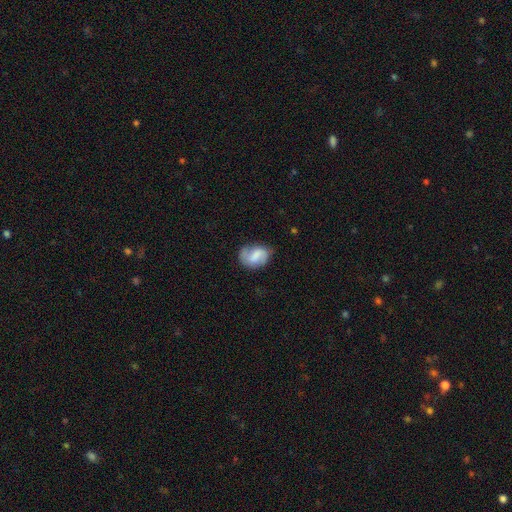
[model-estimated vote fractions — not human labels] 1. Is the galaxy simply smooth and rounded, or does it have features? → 47% smooth, 45% featured or disk, 8% star or artifact.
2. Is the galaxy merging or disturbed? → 58% none, 28% minor disturbance, 12% major disturbance, 3% merger.